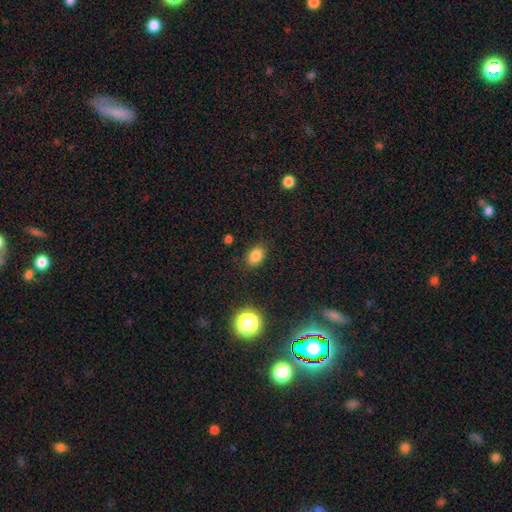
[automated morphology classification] type=smooth (83%); roundness=in between (73%); merging=none (85%).